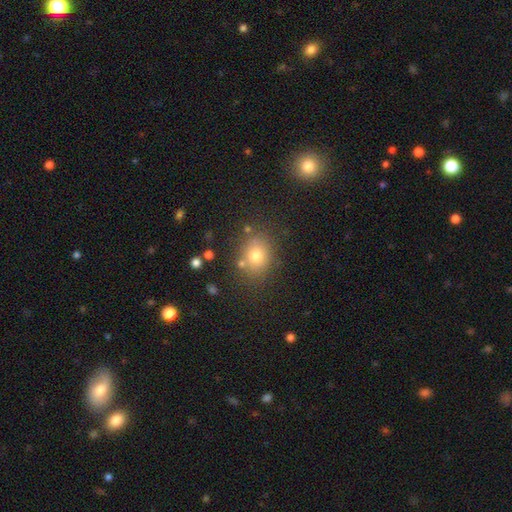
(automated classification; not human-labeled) Q: Smooth or featured?
A: smooth (74%); runner-up: star or artifact (15%)
Q: How rounded?
A: round (62%); runner-up: in between (37%)
Q: Merging?
A: none (77%); runner-up: minor disturbance (12%)